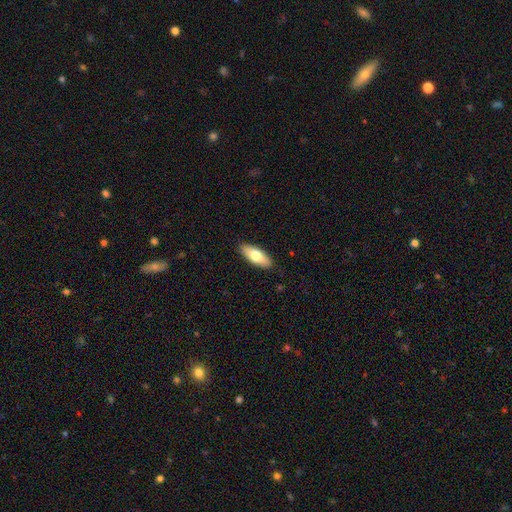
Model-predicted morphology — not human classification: smooth-or-featured: smooth: 71% | featured or disk: 23% | star or artifact: 6%
  how-rounded: in between: 76% | cigar-shaped: 21% | round: 2%
  merging: none: 89% | minor disturbance: 8% | major disturbance: 2% | merger: 1%